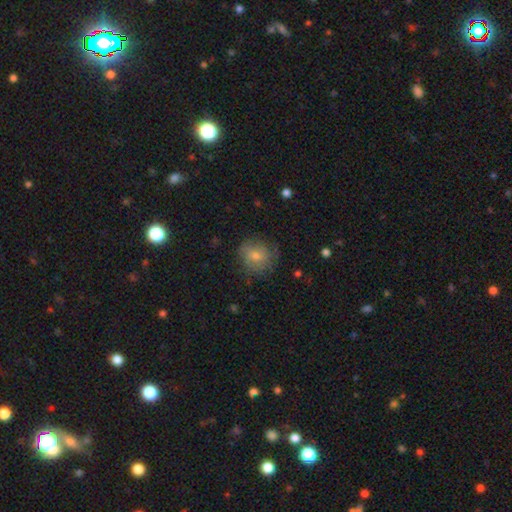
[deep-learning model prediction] A smooth galaxy with no disk features (59%) that is round (83%).

Vote fractions:
- Smooth or featured? smooth: 59% / featured or disk: 28% / star or artifact: 13%
- How rounded? round: 83% / in between: 16% / cigar-shaped: 1%
- Merging? none: 74% / minor disturbance: 18% / major disturbance: 6% / merger: 1%